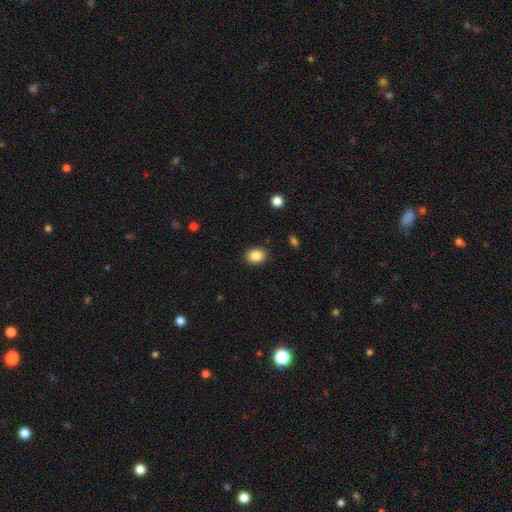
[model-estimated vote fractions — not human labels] Smooth or featured? Predicted: smooth (p=0.87). How rounded? Predicted: in between (p=0.56). Merging? Predicted: none (p=0.88).